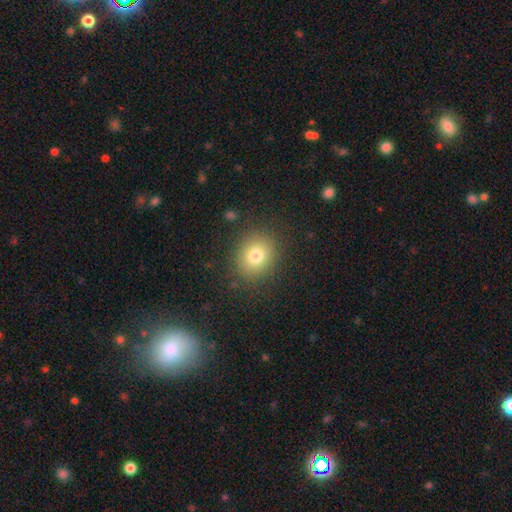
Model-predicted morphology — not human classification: Smooth or featured: smooth — 78% (star or artifact — 12%)
How rounded: round — 73% (in between — 26%)
Merging: none — 86% (minor disturbance — 9%)